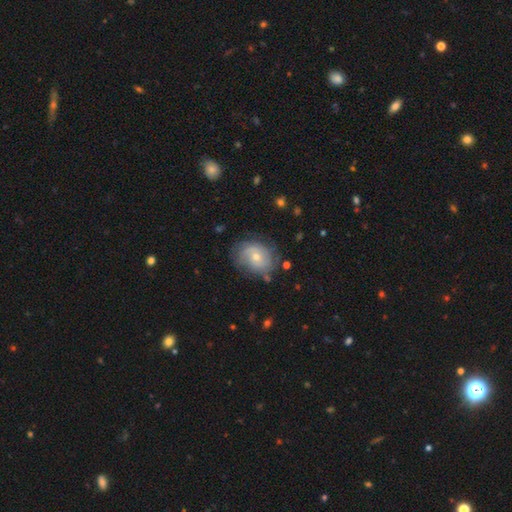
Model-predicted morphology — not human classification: Smooth or featured? featured or disk (57%)
Edge-on disk? no (96%)
Bar? no (77%)
Spiral arms? yes (79%)
Bulge size? small (52%)
Merging? none (70%)